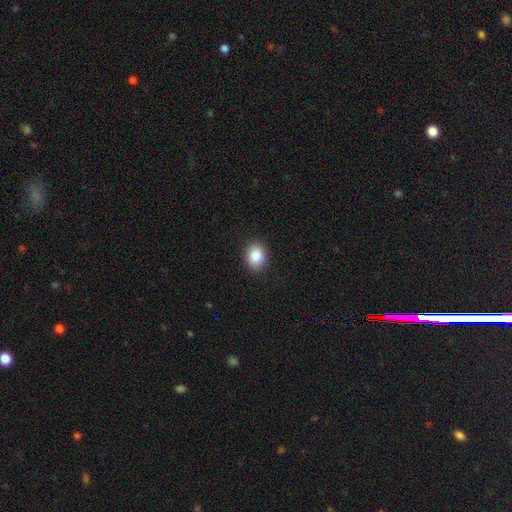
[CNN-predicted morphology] smooth-or-featured: smooth: 86% | star or artifact: 9% | featured or disk: 5%
  how-rounded: in between: 51% | round: 48% | cigar-shaped: 1%
  merging: none: 89% | minor disturbance: 8% | major disturbance: 2% | merger: 1%